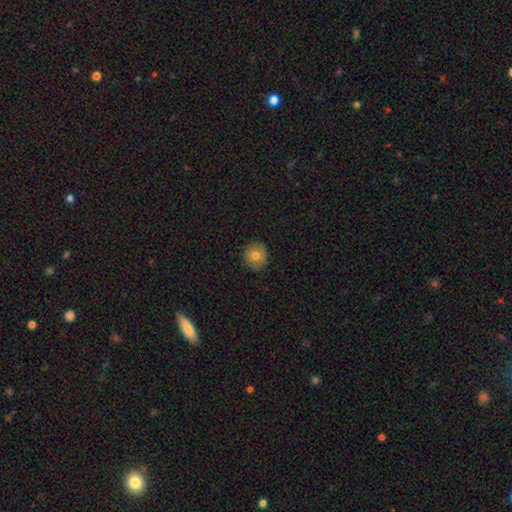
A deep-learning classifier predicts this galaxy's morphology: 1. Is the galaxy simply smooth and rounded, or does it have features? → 77% smooth, 14% featured or disk, 9% star or artifact.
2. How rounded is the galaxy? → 89% round, 10% in between, 1% cigar-shaped.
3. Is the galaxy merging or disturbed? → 87% none, 10% minor disturbance, 2% major disturbance, 1% merger.